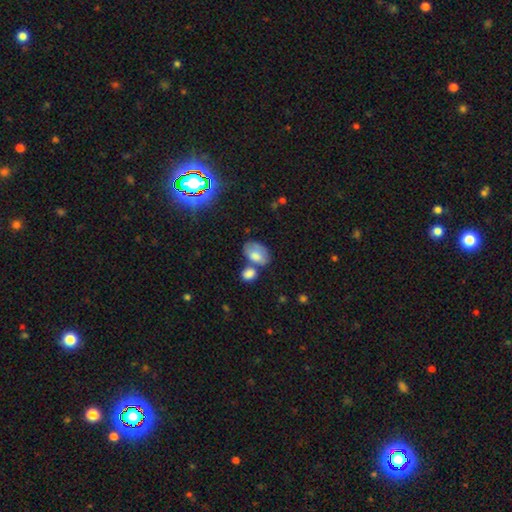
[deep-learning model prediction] This appears to be a smooth galaxy with no disk features (75%) that is in between round and cigar-shaped (87%). Merging: none (40%).